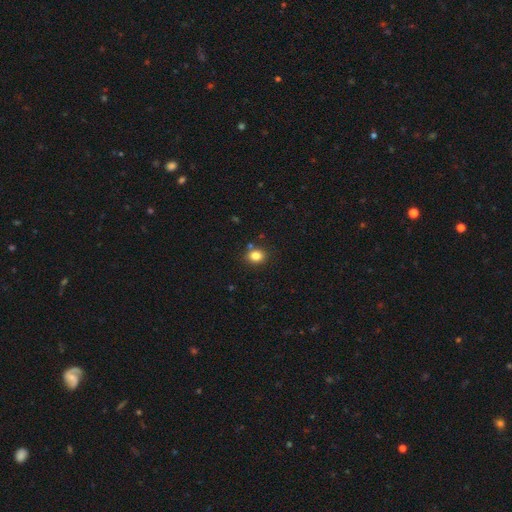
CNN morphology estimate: Overall: smooth (83%). How rounded: round (60%; in between 39%). Merging: none (81%).